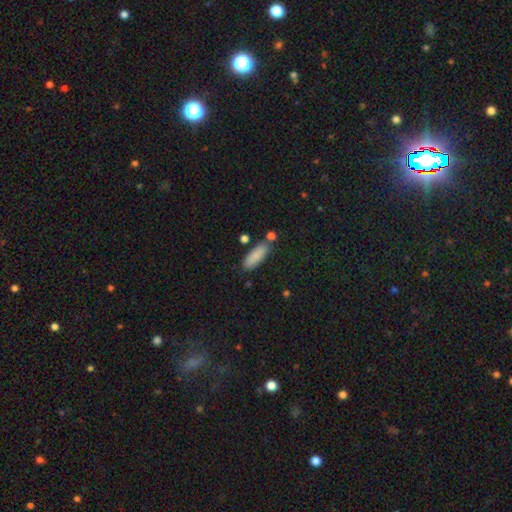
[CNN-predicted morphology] smooth-or-featured: smooth: 86% | featured or disk: 7% | star or artifact: 7%
  how-rounded: in between: 61% | cigar-shaped: 37% | round: 2%
  merging: none: 78% | minor disturbance: 12% | merger: 7% | major disturbance: 3%